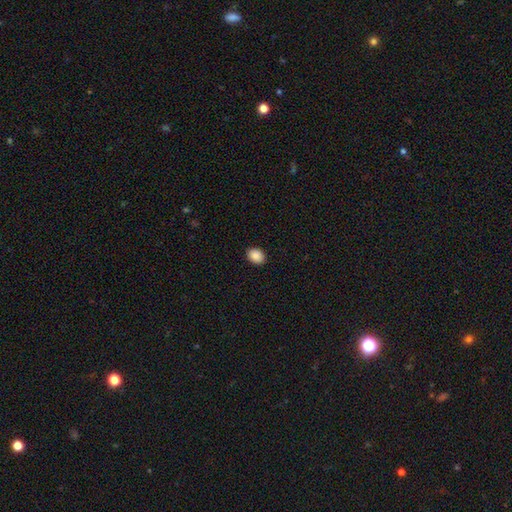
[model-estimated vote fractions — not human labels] Smooth or featured: smooth — 90% (star or artifact — 8%)
How rounded: in between — 62% (round — 37%)
Merging: none — 91% (minor disturbance — 7%)